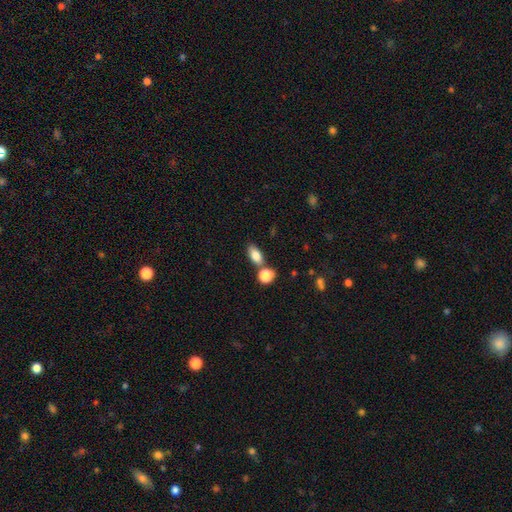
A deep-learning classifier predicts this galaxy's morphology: The model was most divided on "merging": none: 64%, merger: 21%, minor disturbance: 11%, major disturbance: 4%. More confident: how rounded — in between (85%); smooth or featured — smooth (82%).